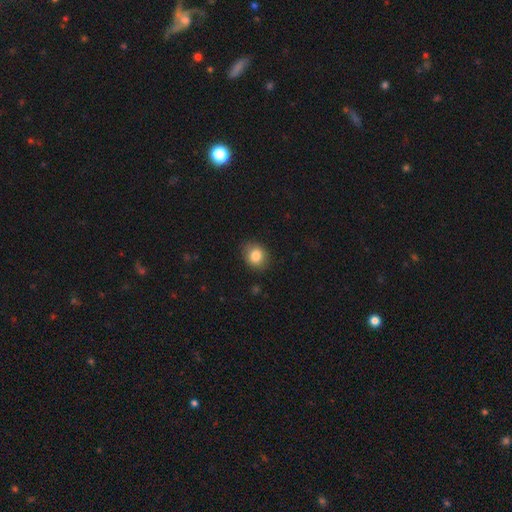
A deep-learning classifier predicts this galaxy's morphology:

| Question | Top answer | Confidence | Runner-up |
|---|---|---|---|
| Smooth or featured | smooth | 84% | star or artifact (9%) |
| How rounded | round | 62% | in between (38%) |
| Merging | none | 84% | minor disturbance (13%) |